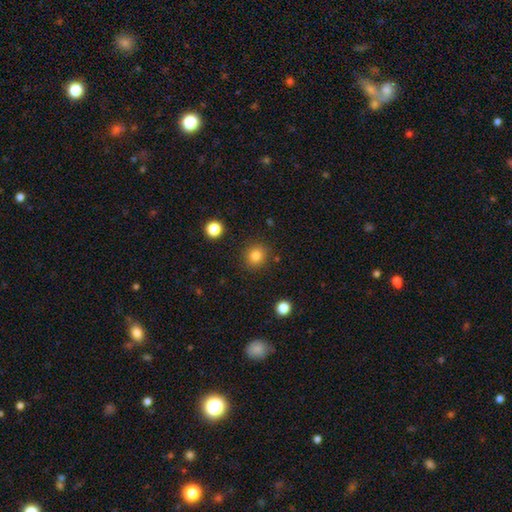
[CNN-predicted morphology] Smooth or featured?
  - smooth: 83% *
  - star or artifact: 12%
  - featured or disk: 5%
How rounded?
  - round: 86% *
  - in between: 13%
  - cigar-shaped: 1%
Merging?
  - none: 87% *
  - minor disturbance: 8%
  - major disturbance: 3%
  - merger: 2%